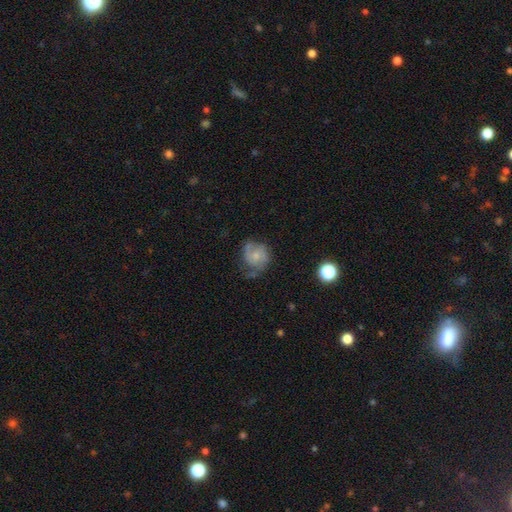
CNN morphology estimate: smooth_or_featured: featured or disk (p=0.57) [alt: smooth p=0.35]
disk_edge_on: no (p=0.98) [alt: yes p=0.02]
bar: no (p=0.72) [alt: weak p=0.25]
has_spiral_arms: yes (p=0.87) [alt: no p=0.13]
bulge_size: small (p=0.54) [alt: moderate p=0.31]
merging: none (p=0.52) [alt: minor disturbance p=0.29]